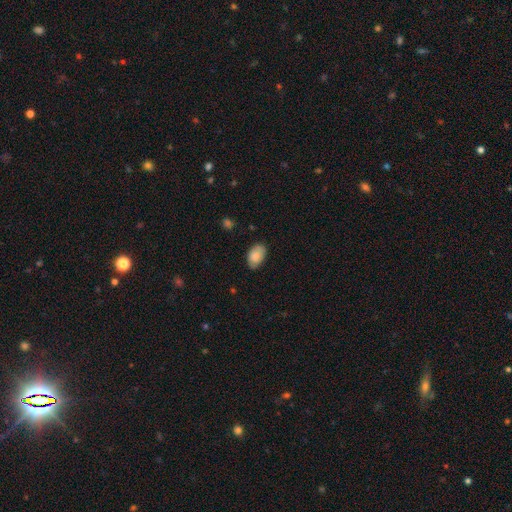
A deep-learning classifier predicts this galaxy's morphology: Smooth or featured: smooth — 85% (featured or disk — 8%)
How rounded: in between — 91% (round — 8%)
Merging: none — 77% (minor disturbance — 19%)